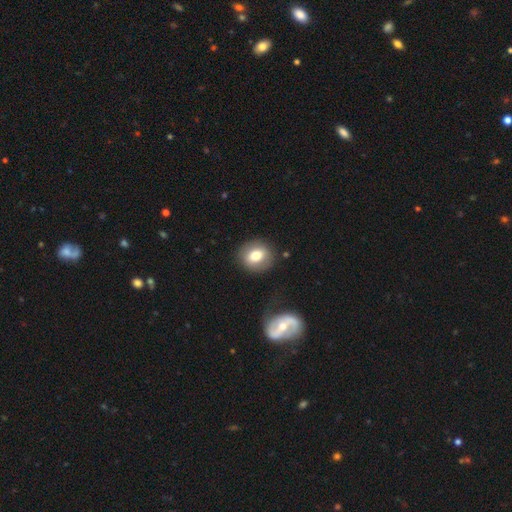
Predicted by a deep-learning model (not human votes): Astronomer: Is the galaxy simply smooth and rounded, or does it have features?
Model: smooth — 71%.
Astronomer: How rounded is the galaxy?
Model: round — 72%.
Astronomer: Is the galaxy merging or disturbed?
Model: none — 83%.